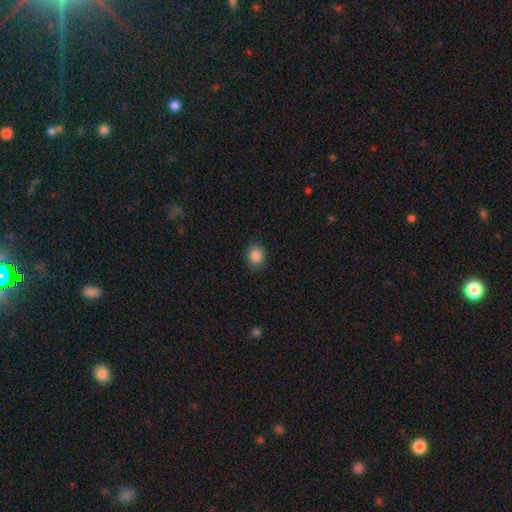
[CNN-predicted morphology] A smooth galaxy with no disk features (87%) that is round (58%).

Vote fractions:
- Smooth or featured? smooth: 87% / star or artifact: 9% / featured or disk: 4%
- How rounded? round: 58% / in between: 41% / cigar-shaped: 1%
- Merging? none: 88% / minor disturbance: 9% / major disturbance: 2% / merger: 1%